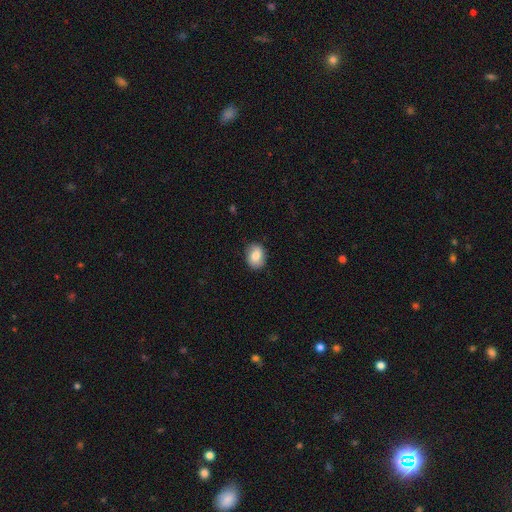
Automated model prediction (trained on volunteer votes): Smooth or featured: smooth — 80% (featured or disk — 12%)
How rounded: in between — 63% (round — 36%)
Merging: none — 84% (minor disturbance — 12%)